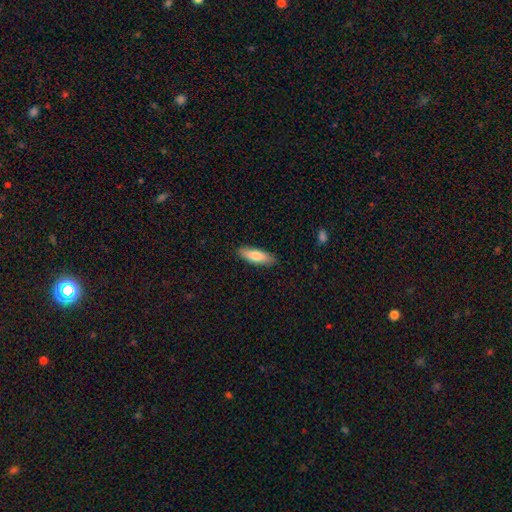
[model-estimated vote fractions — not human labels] The model was most divided on "how rounded": cigar-shaped: 50%, in between: 49%, round: 2%. More confident: merging — none (86%); smooth or featured — smooth (80%).